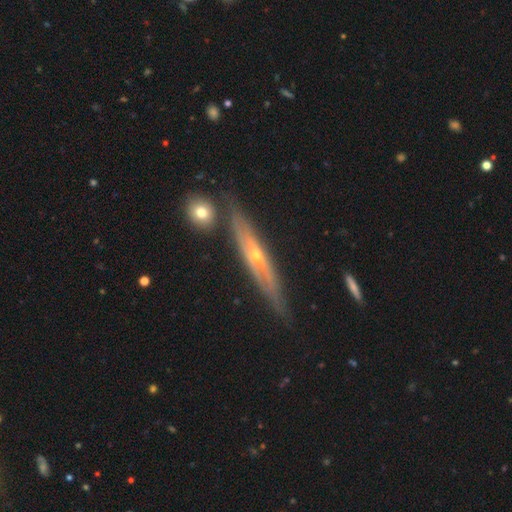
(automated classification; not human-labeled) Smooth or featured?
  - featured or disk: 78% *
  - smooth: 16%
  - star or artifact: 6%
Edge-on disk?
  - yes: 79% *
  - no: 21%
Edge-on bulge?
  - rounded: 75% *
  - none: 22%
  - boxy: 3%
Merging?
  - none: 78% *
  - minor disturbance: 15%
  - merger: 4%
  - major disturbance: 4%